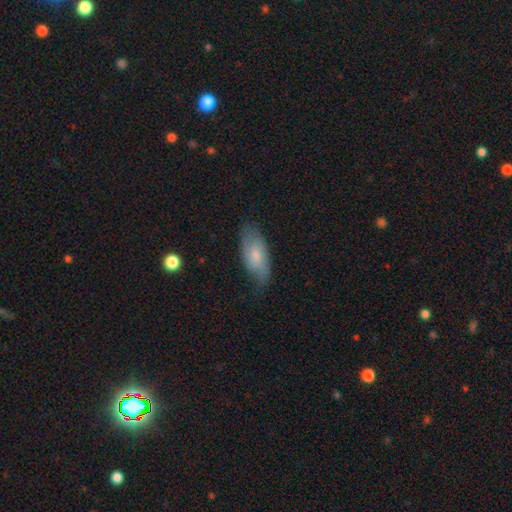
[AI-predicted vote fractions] Smooth or featured? smooth (66%)
How rounded? in between (87%)
Merging? none (70%)